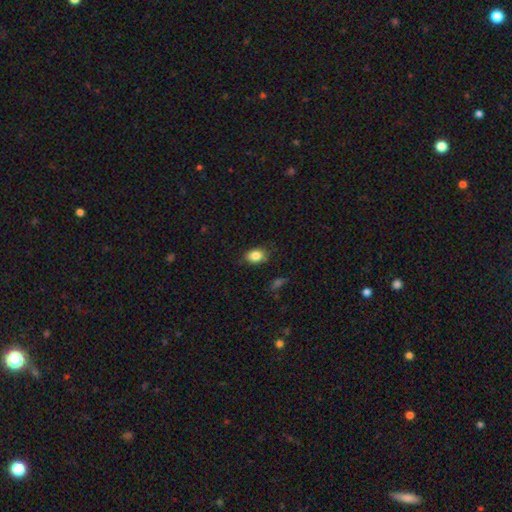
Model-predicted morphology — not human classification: This is clearly a smooth galaxy (85%). How rounded: likely in between (67%). Merging: likely none (78%).